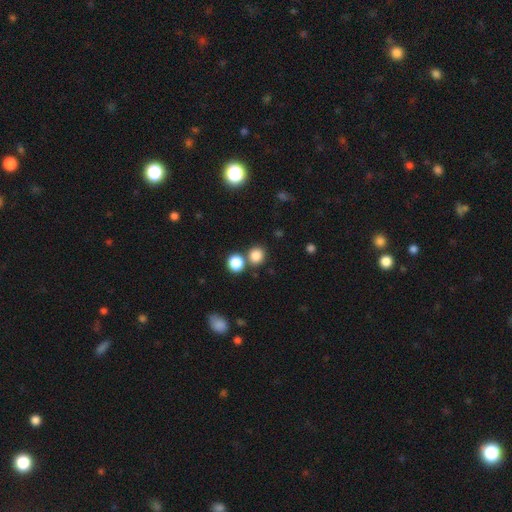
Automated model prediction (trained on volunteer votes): Smooth or featured?
  - smooth: 83% *
  - star or artifact: 13%
  - featured or disk: 5%
How rounded?
  - round: 84% *
  - in between: 15%
  - cigar-shaped: 1%
Merging?
  - none: 70% *
  - merger: 20%
  - minor disturbance: 8%
  - major disturbance: 3%